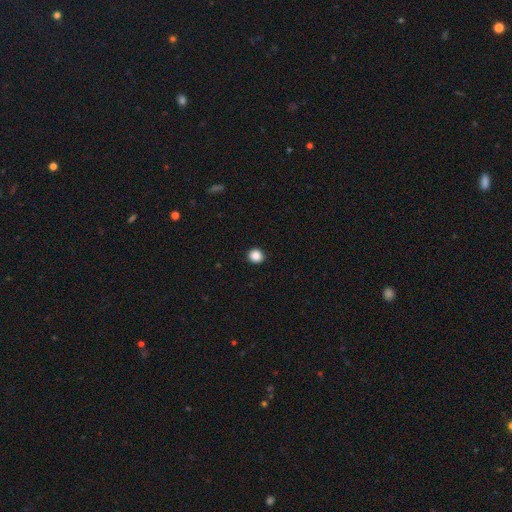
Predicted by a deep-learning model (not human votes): This is clearly a smooth galaxy (87%). How rounded: clearly round (90%). Merging: clearly none (93%).